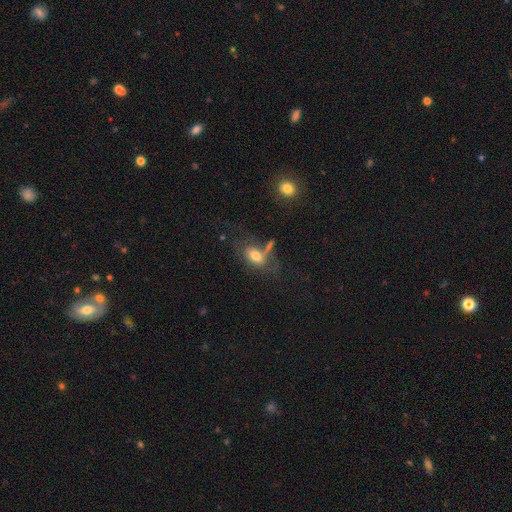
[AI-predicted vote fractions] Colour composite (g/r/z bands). It shows a smooth galaxy with no disk features (68%) that is in between round and cigar-shaped (86%). Merging: none (42%).